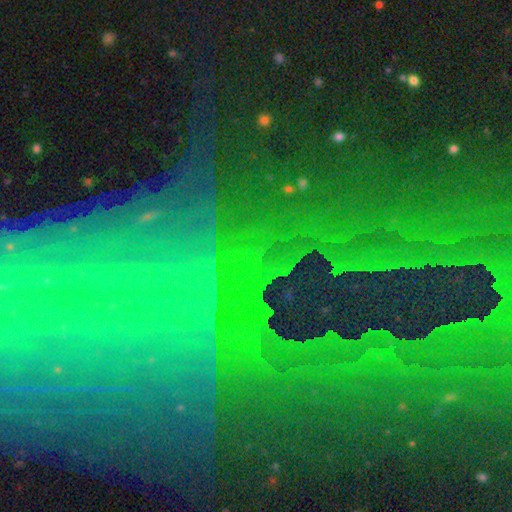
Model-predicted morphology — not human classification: The model was most divided on "smooth or featured": star or artifact: 83%, featured or disk: 10%, smooth: 8%.